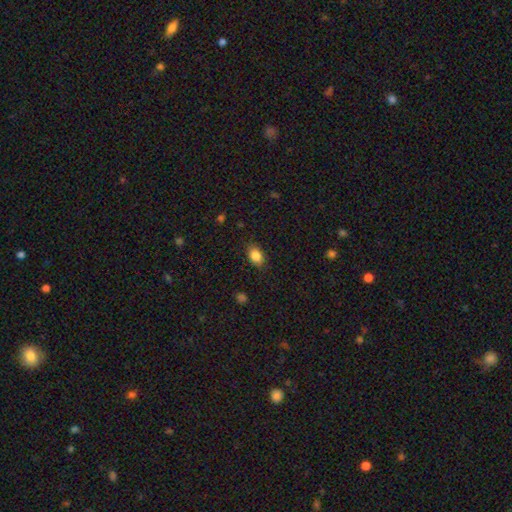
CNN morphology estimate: Overall: smooth (85%). How rounded: in between (78%). Merging: none (84%).